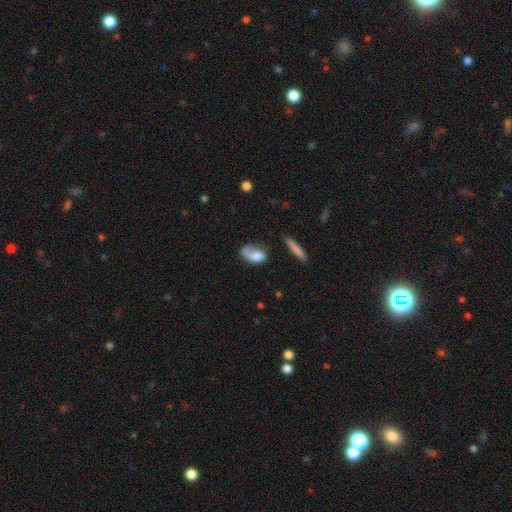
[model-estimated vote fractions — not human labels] Smooth or featured? Predicted: smooth (p=0.61). How rounded? Predicted: in between (p=0.82). Merging? Predicted: none (p=0.38).